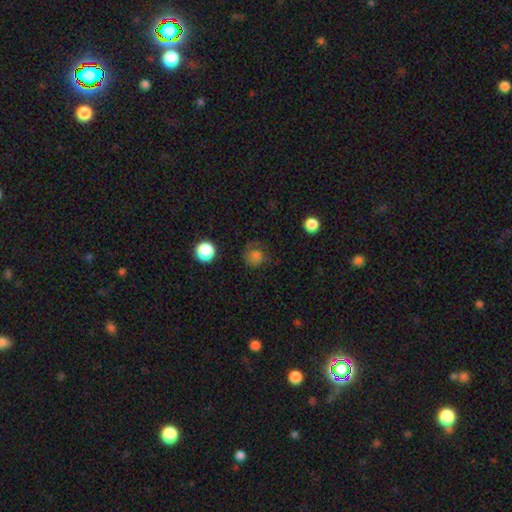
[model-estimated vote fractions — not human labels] Overall: smooth (76%). How rounded: round (87%). Merging: none (60%; minor disturbance 23%).